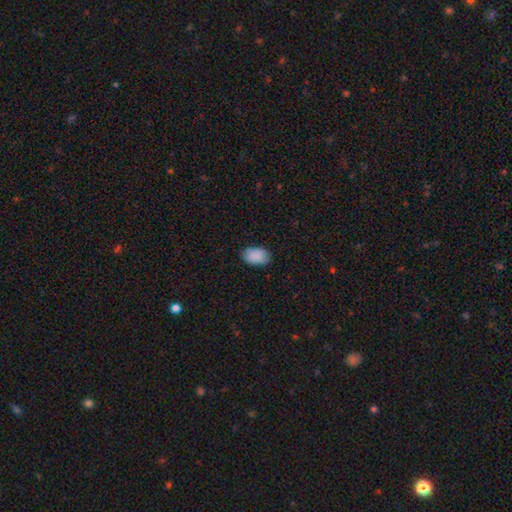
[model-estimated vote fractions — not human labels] Smooth or featured: smooth — 89% (star or artifact — 7%)
How rounded: in between — 89% (round — 10%)
Merging: none — 80% (minor disturbance — 16%)